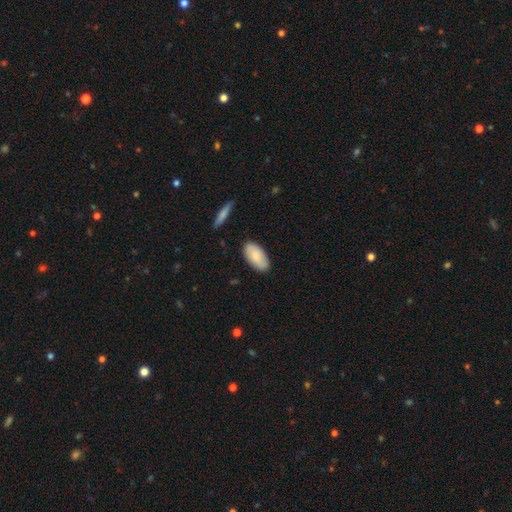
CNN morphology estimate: smooth 80%, featured or disk 14%, star or artifact 6%. Down the decision tree: how rounded — in between (94%); merging — none (84%).